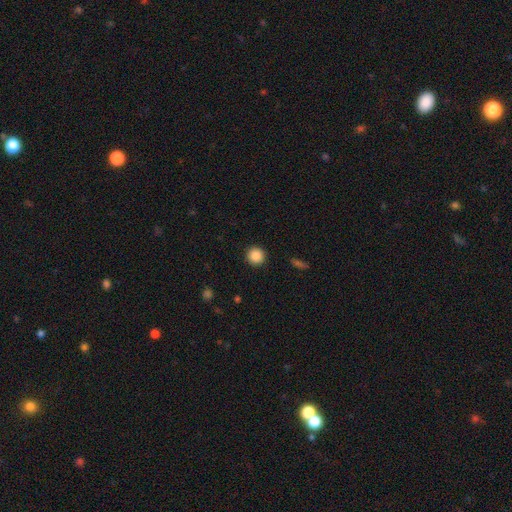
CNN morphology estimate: A smooth galaxy with no disk features (88%) that is round (95%). Merging: none (92%).